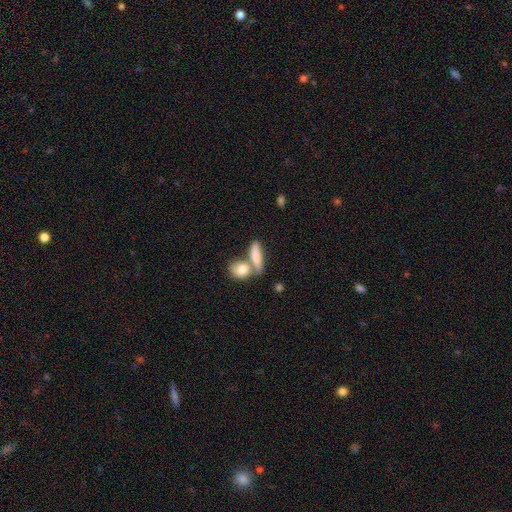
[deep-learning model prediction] smooth 77%, featured or disk 17%, star or artifact 7%. Down the decision tree: how rounded — in between (52%); merging — merger (47%).